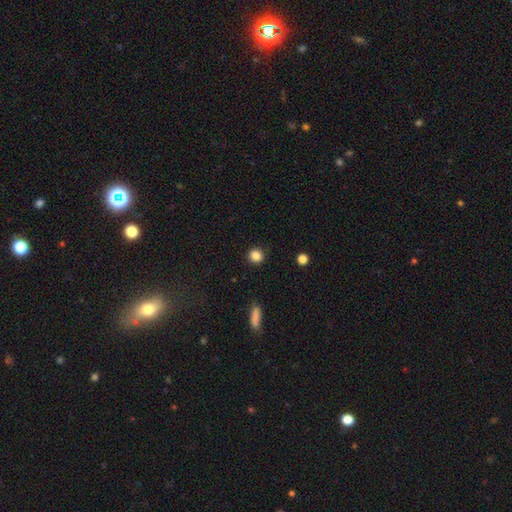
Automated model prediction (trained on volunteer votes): A smooth galaxy with no disk features (86%) that is round (86%).

Vote fractions:
- Smooth or featured? smooth: 86% / star or artifact: 10% / featured or disk: 4%
- How rounded? round: 86% / in between: 13% / cigar-shaped: 1%
- Merging? none: 90% / minor disturbance: 7% / major disturbance: 2% / merger: 1%